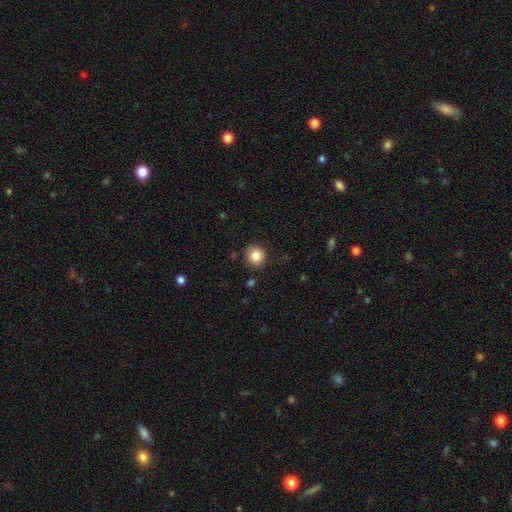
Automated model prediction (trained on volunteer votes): Smooth or featured: smooth — 85% (star or artifact — 10%)
How rounded: round — 92% (in between — 7%)
Merging: none — 90% (minor disturbance — 7%)